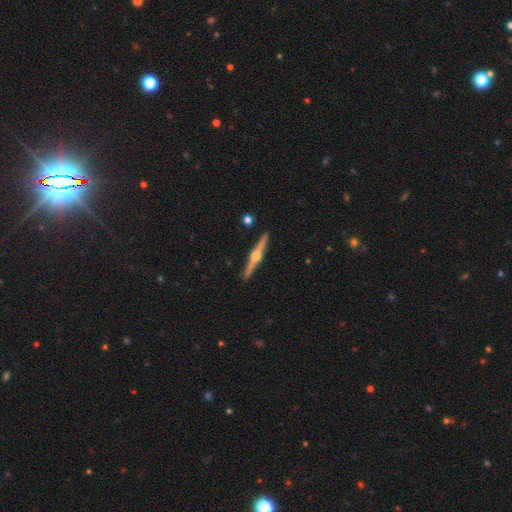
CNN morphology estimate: type=featured or disk (84%); edge-on=yes (99%); edge-on bulge=rounded (95%); merging=none (92%).